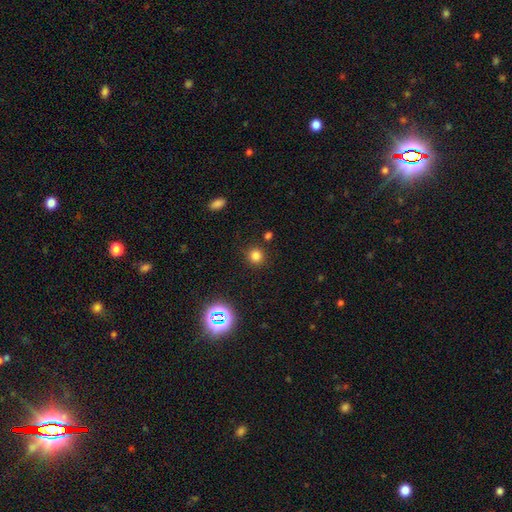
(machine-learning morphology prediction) Overall: smooth (78%). How rounded: round (92%). Merging: none (88%).